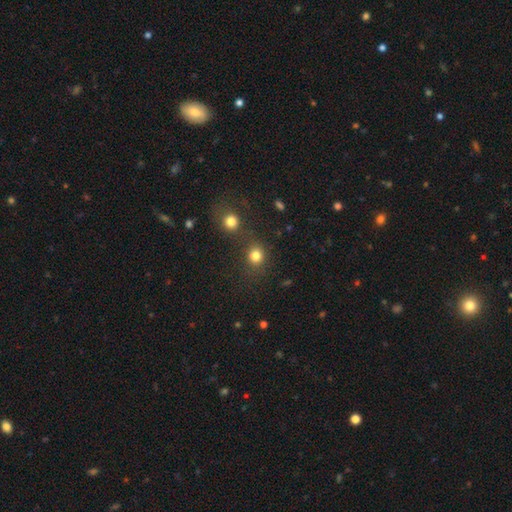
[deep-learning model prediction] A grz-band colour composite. It shows a smooth galaxy with no disk features (80%) that is round (83%). Merging: none (67%).